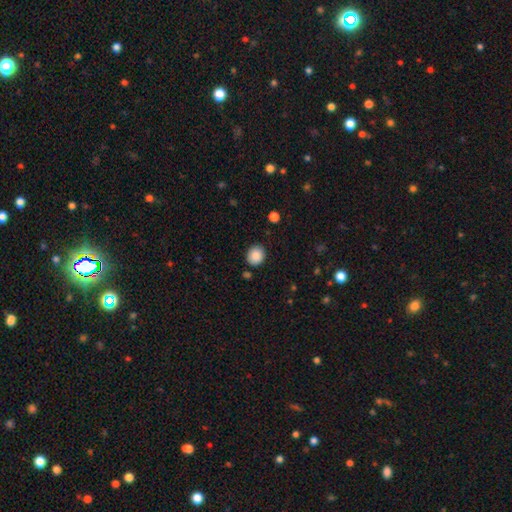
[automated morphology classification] smooth-or-featured: smooth: 89% | star or artifact: 8% | featured or disk: 3%
  how-rounded: round: 80% | in between: 19% | cigar-shaped: 1%
  merging: none: 86% | minor disturbance: 9% | major disturbance: 3% | merger: 2%